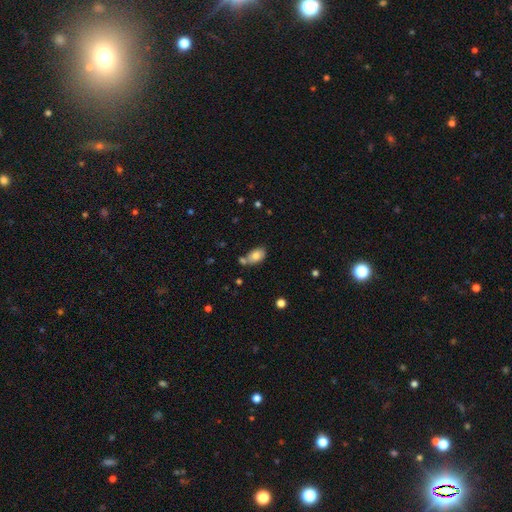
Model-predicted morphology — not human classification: smooth 75%, featured or disk 17%, star or artifact 8%. Down the decision tree: how rounded — in between (89%); merging — none (51%).